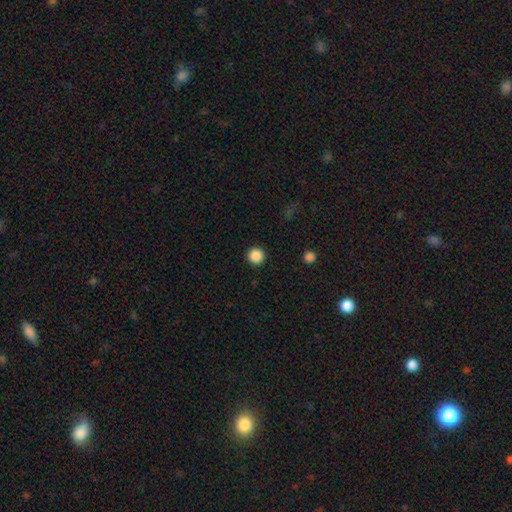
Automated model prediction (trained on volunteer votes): smooth 87%, star or artifact 10%, featured or disk 2%. Down the decision tree: how rounded — round (96%); merging — none (93%).